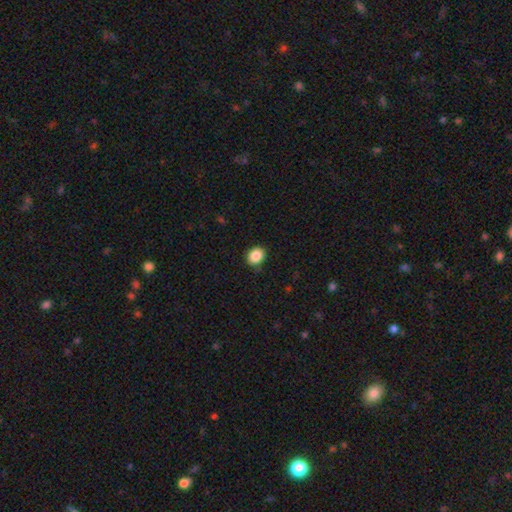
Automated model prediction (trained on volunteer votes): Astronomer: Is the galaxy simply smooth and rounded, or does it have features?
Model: smooth — 87%.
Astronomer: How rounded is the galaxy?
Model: round — 59% (runner-up: in between, 40%).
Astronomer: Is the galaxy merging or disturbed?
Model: none — 87%.